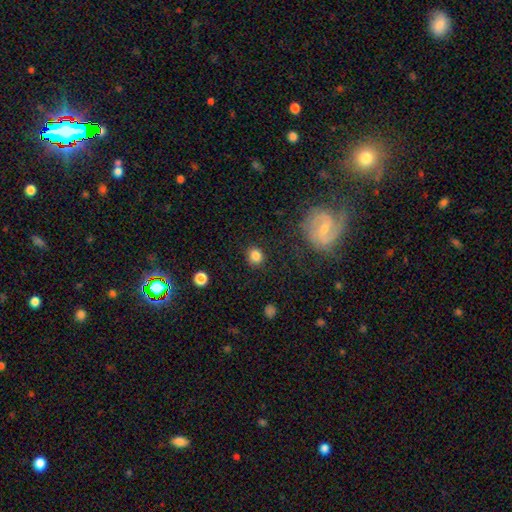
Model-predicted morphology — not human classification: The model was most divided on "how rounded": round: 80%, in between: 19%, cigar-shaped: 1%. More confident: merging — none (87%); smooth or featured — smooth (84%).